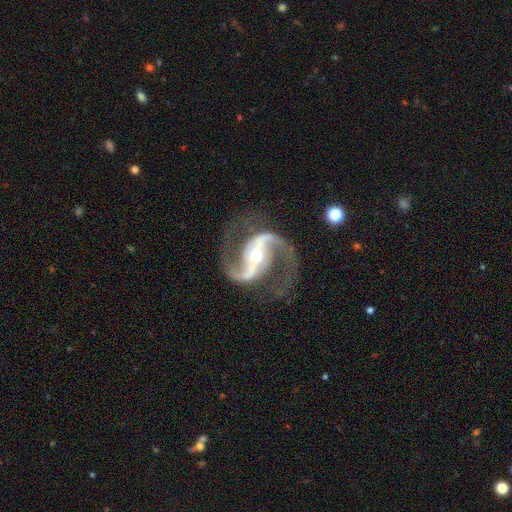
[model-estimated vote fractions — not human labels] Overall: featured or disk (94%). Edge-on disk: no (98%). Bar: strong (62%; weak 24%). Spiral arms: yes (98%). Spiral arm count: 2 (95%). Spiral winding: medium (53%; loose 38%). Bulge size: small (51%; moderate 44%). Merging: none (80%).